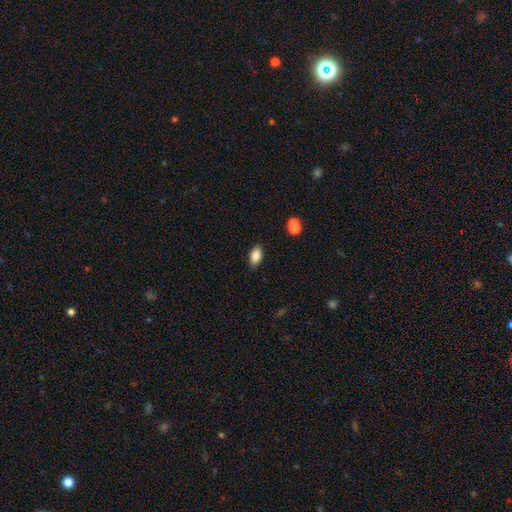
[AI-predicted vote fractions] Smooth or featured? Predicted: smooth (p=0.85). How rounded? Predicted: in between (p=0.91). Merging? Predicted: none (p=0.85).